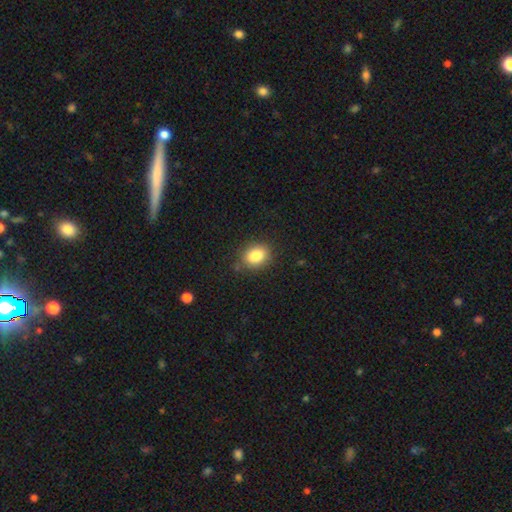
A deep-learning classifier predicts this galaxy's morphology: Overall: smooth (85%). How rounded: in between (65%; round 34%). Merging: none (83%).